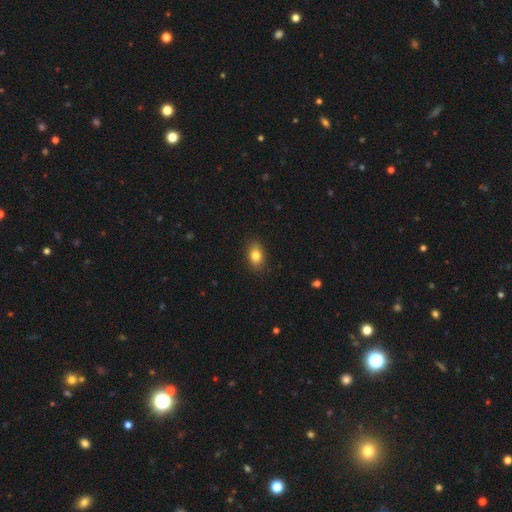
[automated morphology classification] Smooth or featured: smooth — 83% (star or artifact — 9%)
How rounded: in between — 82% (round — 16%)
Merging: none — 87% (minor disturbance — 10%)